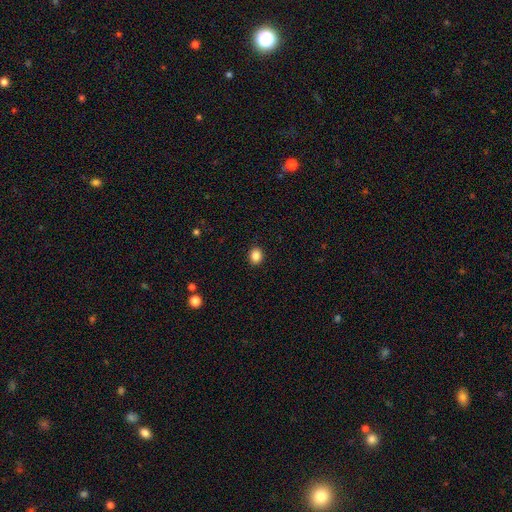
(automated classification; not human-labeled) smooth_or_featured: smooth (p=0.86) [alt: star or artifact p=0.10]
how_rounded: round (p=0.61) [alt: in between p=0.38]
merging: none (p=0.91) [alt: minor disturbance p=0.06]